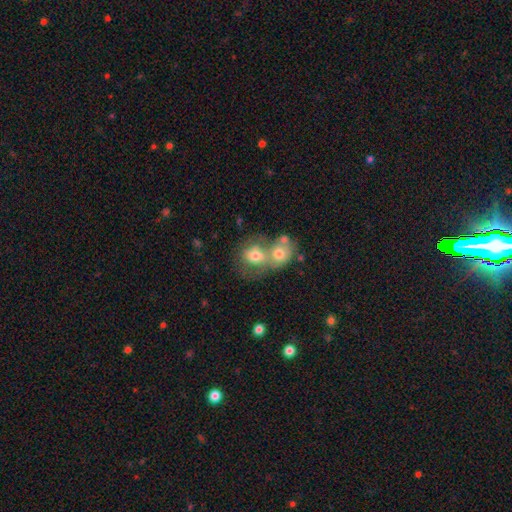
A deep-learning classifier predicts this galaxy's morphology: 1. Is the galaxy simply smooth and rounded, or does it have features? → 67% smooth, 22% featured or disk, 11% star or artifact.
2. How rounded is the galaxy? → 61% round, 38% in between, 1% cigar-shaped.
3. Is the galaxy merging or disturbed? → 67% merger, 21% none, 7% minor disturbance, 5% major disturbance.